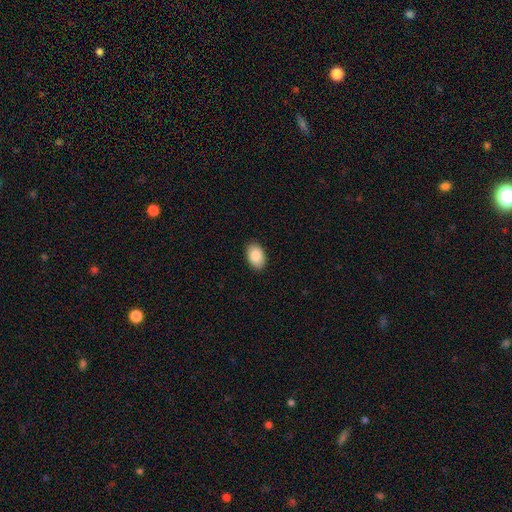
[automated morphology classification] Overall: smooth (90%). How rounded: in between (90%). Merging: none (89%).